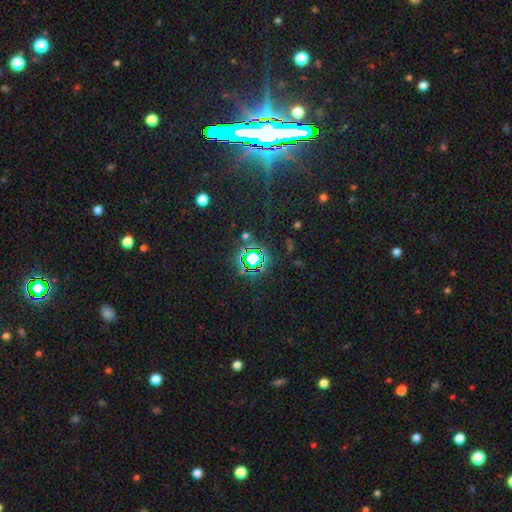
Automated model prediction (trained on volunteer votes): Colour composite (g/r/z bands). It shows a star or artifact, not a galaxy (75%).